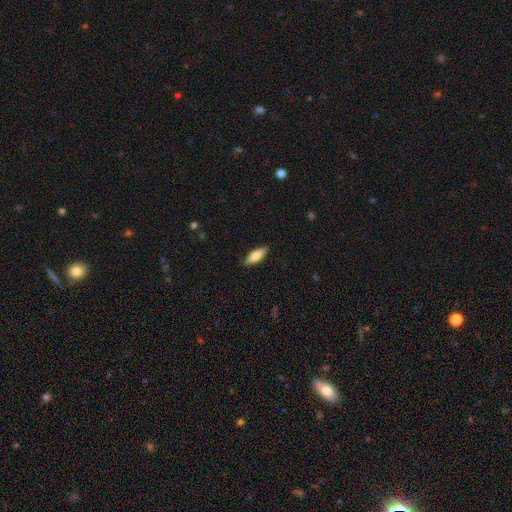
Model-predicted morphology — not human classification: Overall: smooth (78%). How rounded: in between (55%; cigar-shaped 43%). Merging: none (88%).